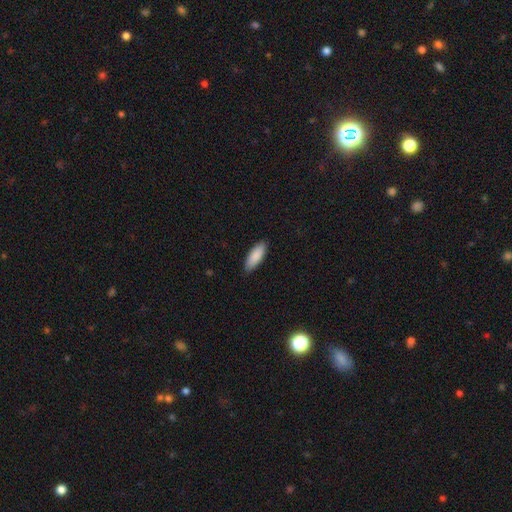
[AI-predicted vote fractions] A smooth galaxy with no disk features (89%) that is in between round and cigar-shaped (71%). Merging: none (85%).